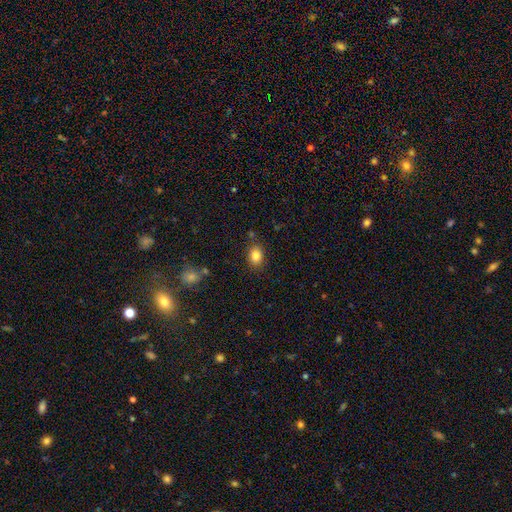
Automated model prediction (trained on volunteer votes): This is clearly a smooth galaxy (84%). How rounded: likely in between (69%). Merging: clearly none (81%).